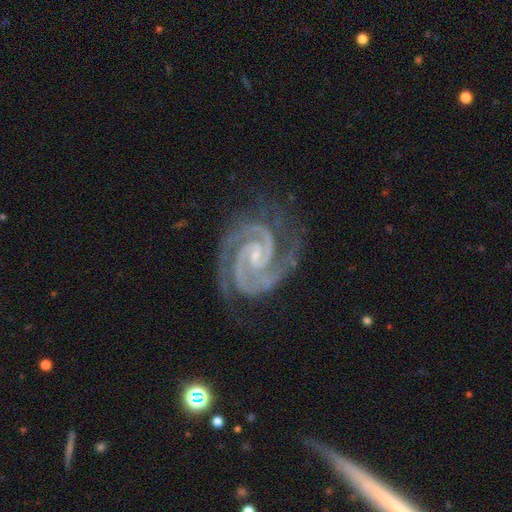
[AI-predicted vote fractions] A featured or disk galaxy (95%) with no bar (42%), 2 (88%) tight (70%) spiral arms (99%) and a small central bulge (77%). Merging: none (77%).